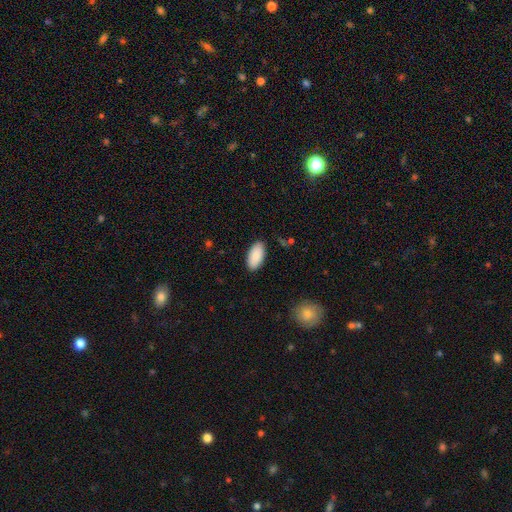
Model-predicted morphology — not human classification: Smooth or featured: smooth — 90% (star or artifact — 6%)
How rounded: in between — 93% (cigar-shaped — 5%)
Merging: none — 88% (minor disturbance — 9%)